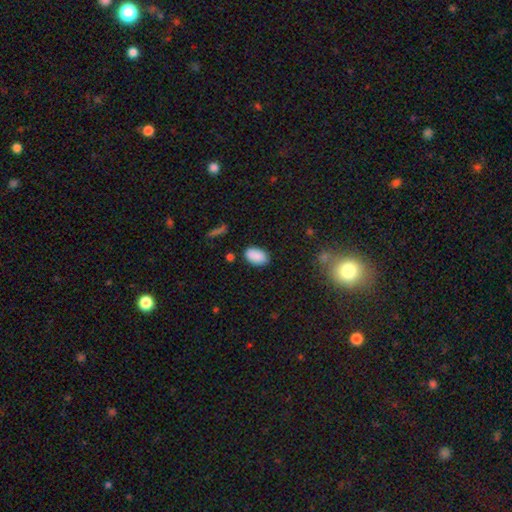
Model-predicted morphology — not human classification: smooth 88%, star or artifact 8%, featured or disk 4%. Down the decision tree: how rounded — in between (92%); merging — none (83%).